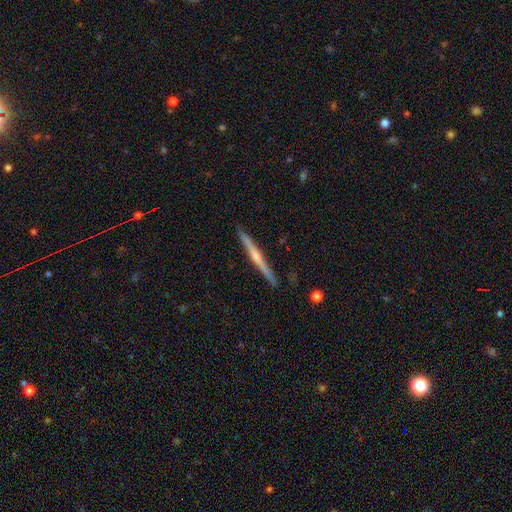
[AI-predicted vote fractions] Smooth or featured? featured or disk (72%)
Edge-on disk? yes (98%)
Edge-on bulge? rounded (67%)
Merging? none (91%)